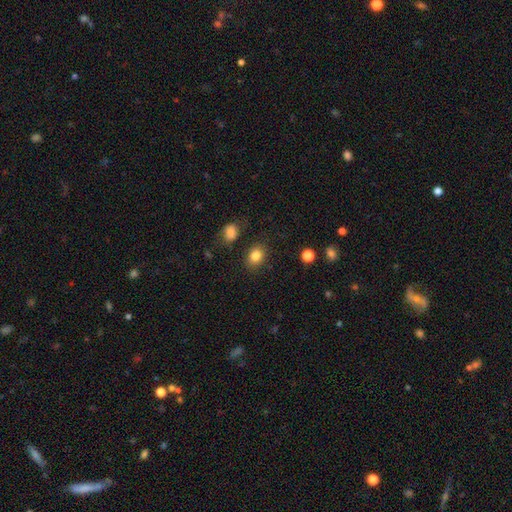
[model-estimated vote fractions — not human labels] Q: Smooth or featured?
A: smooth (84%); runner-up: star or artifact (10%)
Q: How rounded?
A: in between (55%); runner-up: round (44%)
Q: Merging?
A: none (82%); runner-up: minor disturbance (11%)